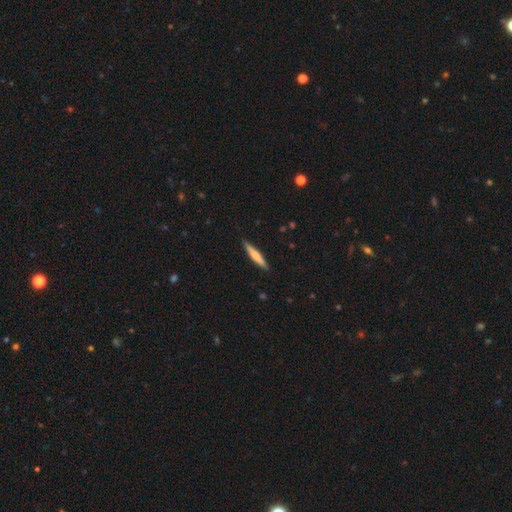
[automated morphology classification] Q: Smooth or featured?
A: smooth (59%); runner-up: featured or disk (36%)
Q: How rounded?
A: cigar-shaped (92%); runner-up: in between (6%)
Q: Merging?
A: none (90%); runner-up: minor disturbance (8%)